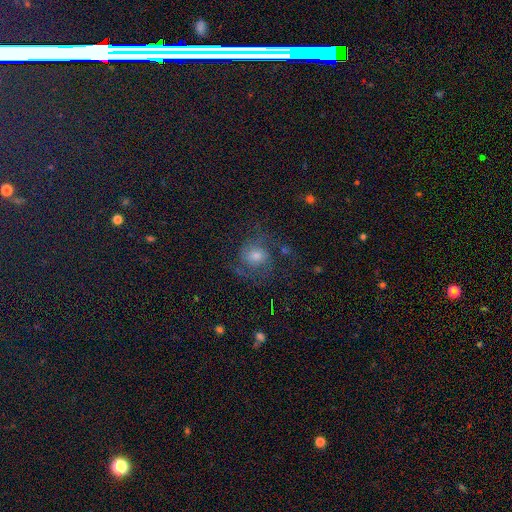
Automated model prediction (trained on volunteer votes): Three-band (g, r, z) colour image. It shows a featured or disk galaxy (65%) with no bar (64%), 2 (66%) medium (51%) spiral arms (91%) and a moderate central bulge (55%). Merging: none (67%).